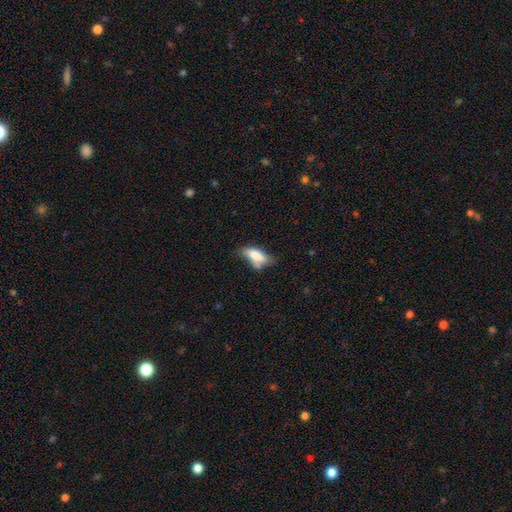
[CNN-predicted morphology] A smooth galaxy with no disk features (73%) that is in between round and cigar-shaped (77%). Merging: minor disturbance (35%).